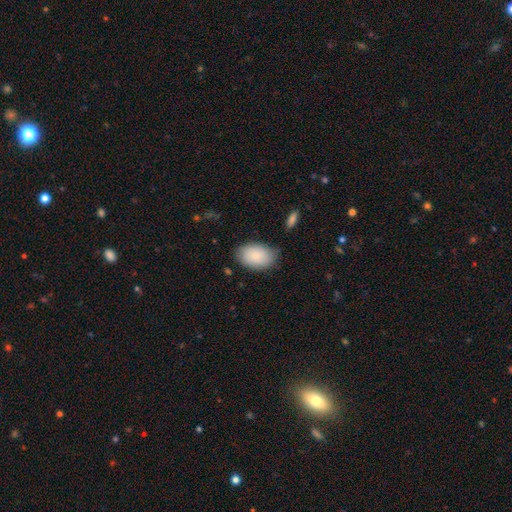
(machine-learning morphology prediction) Smooth or featured: smooth — 87% (featured or disk — 7%)
How rounded: in between — 91% (round — 8%)
Merging: none — 79% (minor disturbance — 16%)